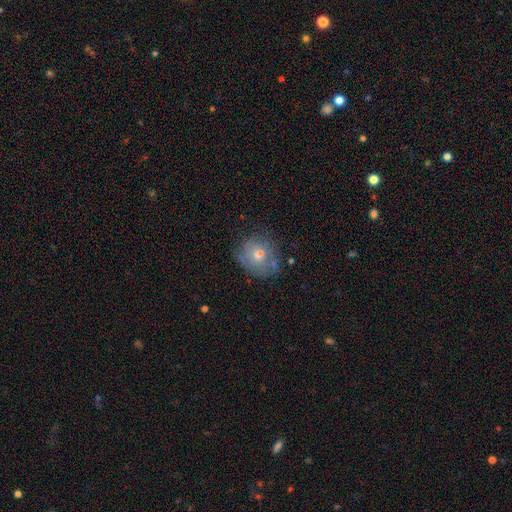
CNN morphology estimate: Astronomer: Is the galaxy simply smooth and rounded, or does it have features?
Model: smooth — 59%.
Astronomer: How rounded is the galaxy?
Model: round — 76%.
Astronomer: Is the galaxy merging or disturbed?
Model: none — 66%.